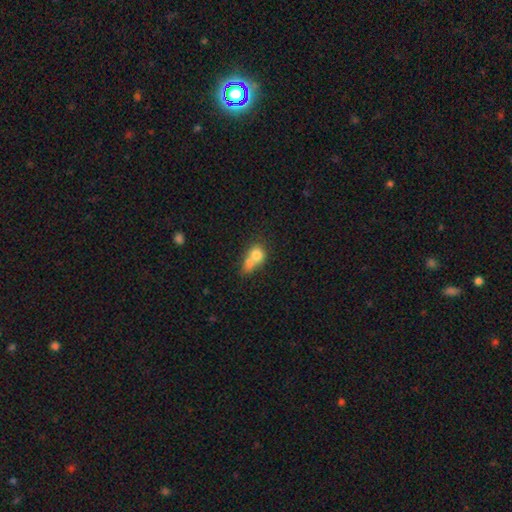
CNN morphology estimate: Smooth or featured? smooth (71%)
How rounded? round (60%)
Merging? merger (59%)